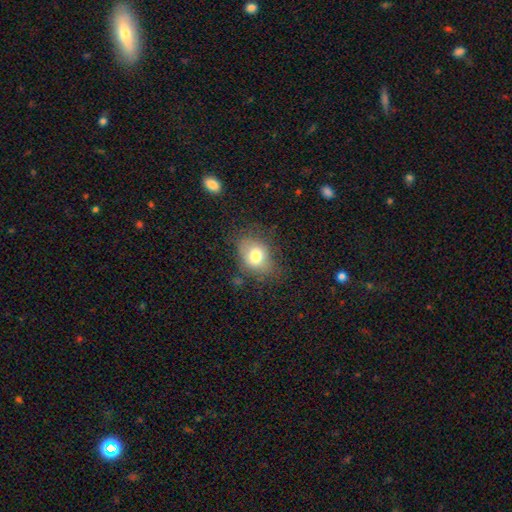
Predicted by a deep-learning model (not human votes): smooth_or_featured: smooth (p=0.75) [alt: featured or disk p=0.14]
how_rounded: in between (p=0.63) [alt: round p=0.36]
merging: none (p=0.62) [alt: minor disturbance p=0.24]